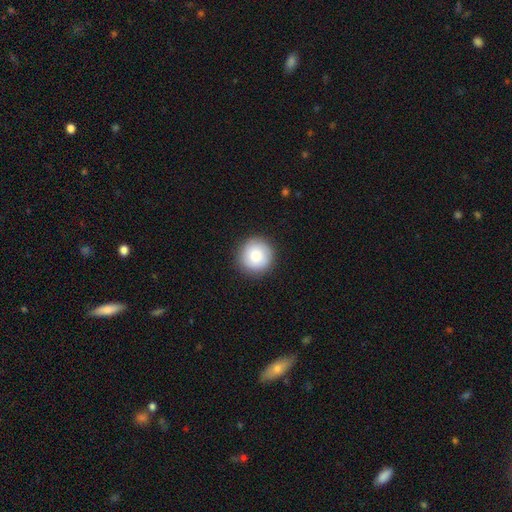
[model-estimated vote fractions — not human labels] This appears to be a smooth galaxy with no disk features (81%) that is round (95%). Merging: none (90%).